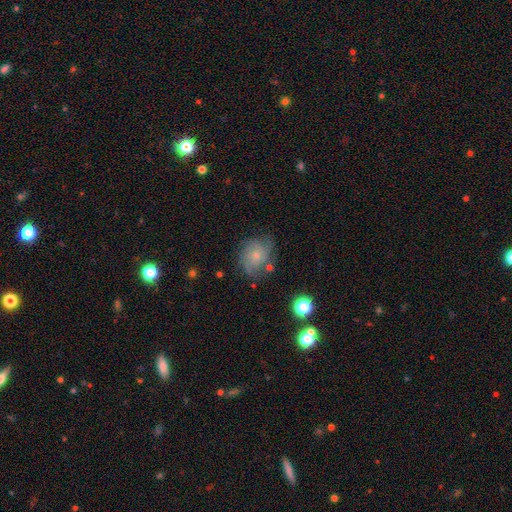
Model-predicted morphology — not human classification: Q: Smooth or featured?
A: featured or disk (52%); runner-up: smooth (37%)
Q: Edge-on disk?
A: no (97%); runner-up: yes (3%)
Q: Bar?
A: no (84%); runner-up: weak (14%)
Q: Spiral arms?
A: yes (80%); runner-up: no (20%)
Q: Bulge size?
A: small (68%); runner-up: moderate (25%)
Q: Merging?
A: none (62%); runner-up: minor disturbance (24%)